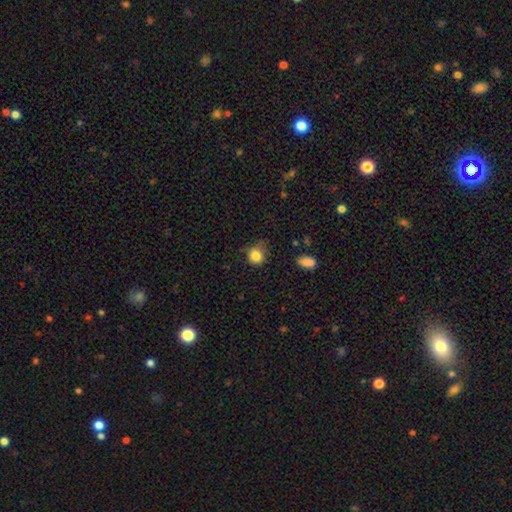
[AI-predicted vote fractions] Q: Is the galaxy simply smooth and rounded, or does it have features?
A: smooth — 83%.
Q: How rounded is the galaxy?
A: round — 79%.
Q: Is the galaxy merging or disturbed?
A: none — 56%.